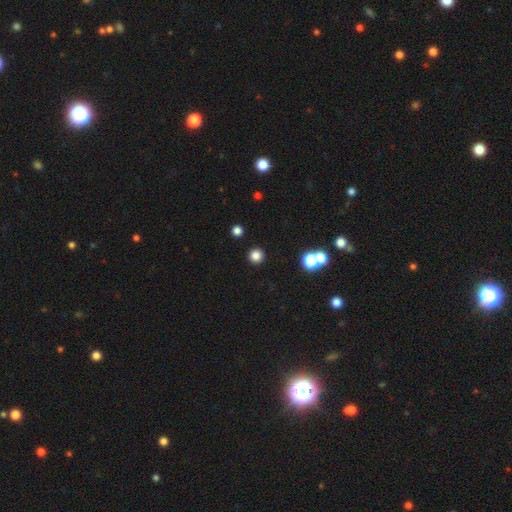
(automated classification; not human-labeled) smooth_or_featured: smooth (p=0.81) [alt: star or artifact p=0.15]
how_rounded: round (p=0.95) [alt: in between p=0.04]
merging: none (p=0.91) [alt: minor disturbance p=0.04]